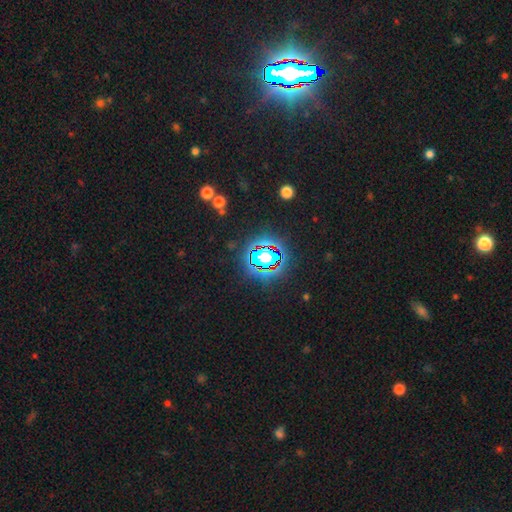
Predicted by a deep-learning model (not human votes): star or artifact 79%, smooth 12%, featured or disk 9%.